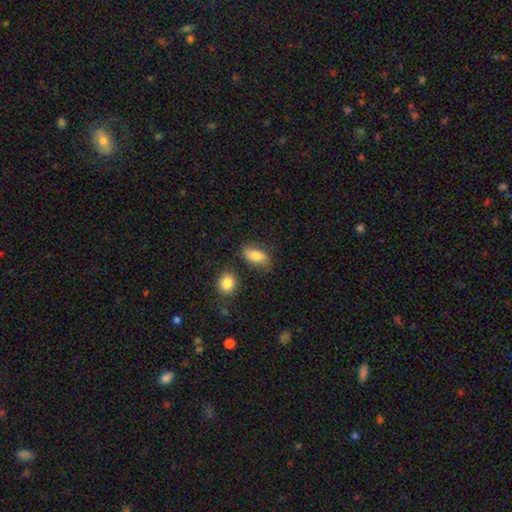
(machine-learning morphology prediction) Q: Smooth or featured?
A: smooth (80%); runner-up: featured or disk (12%)
Q: How rounded?
A: in between (87%); runner-up: round (6%)
Q: Merging?
A: none (71%); runner-up: minor disturbance (18%)